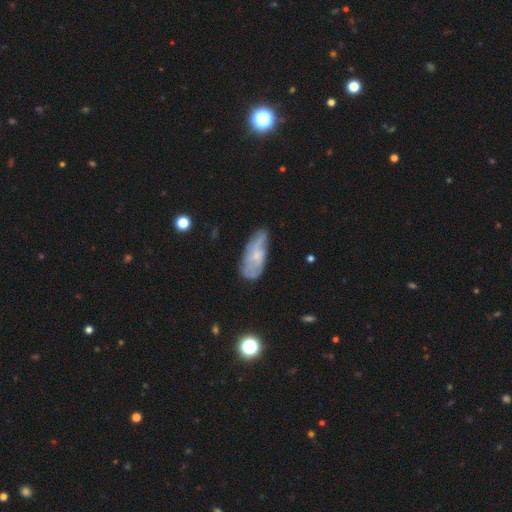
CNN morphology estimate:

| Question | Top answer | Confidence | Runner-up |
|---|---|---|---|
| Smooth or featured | featured or disk | 51% | smooth (41%) |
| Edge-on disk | no | 88% | yes (12%) |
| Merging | none | 50% | minor disturbance (33%) |